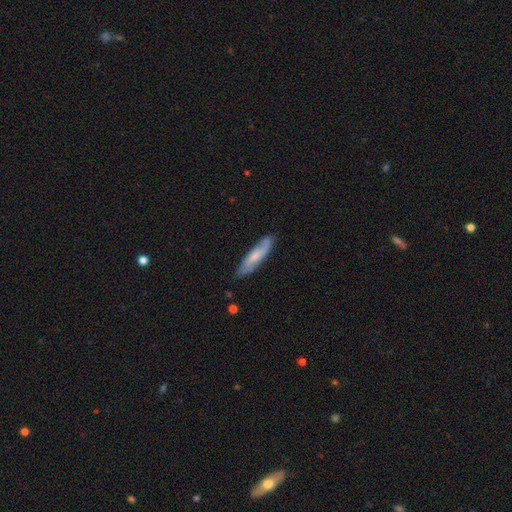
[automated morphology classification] smooth 52%, featured or disk 43%, star or artifact 6%. Down the decision tree: how rounded — cigar-shaped (77%); merging — none (78%).